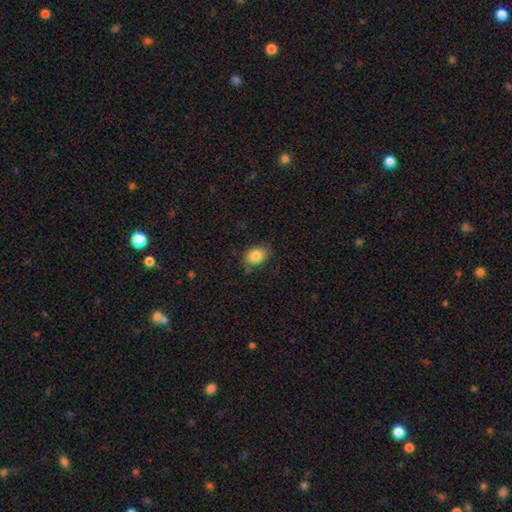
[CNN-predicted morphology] smooth_or_featured: smooth (p=0.83) [alt: star or artifact p=0.09]
how_rounded: in between (p=0.70) [alt: round p=0.28]
merging: none (p=0.77) [alt: minor disturbance p=0.18]